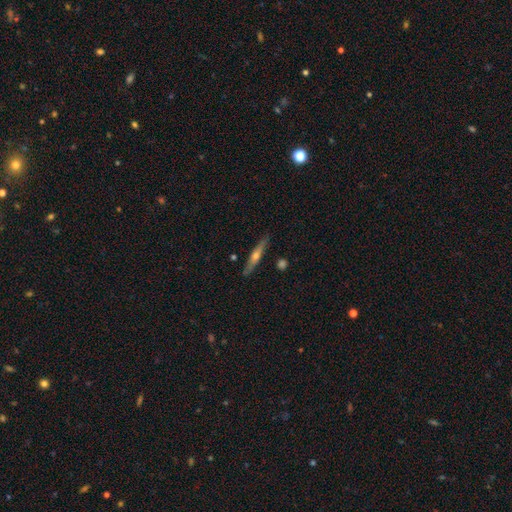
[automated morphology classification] type=featured or disk (63%); edge-on=yes (96%); edge-on bulge=rounded (88%); merging=none (88%).